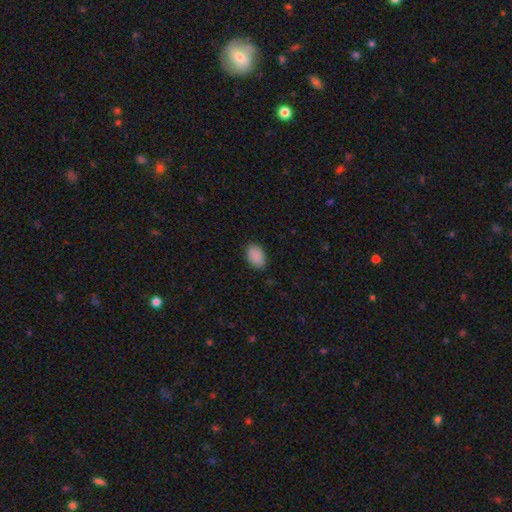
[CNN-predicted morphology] A smooth galaxy with no disk features (90%) that is in between round and cigar-shaped (89%).

Vote fractions:
- Smooth or featured? smooth: 90% / star or artifact: 7% / featured or disk: 3%
- How rounded? in between: 89% / round: 10% / cigar-shaped: 1%
- Merging? none: 88% / minor disturbance: 9% / major disturbance: 2% / merger: 1%